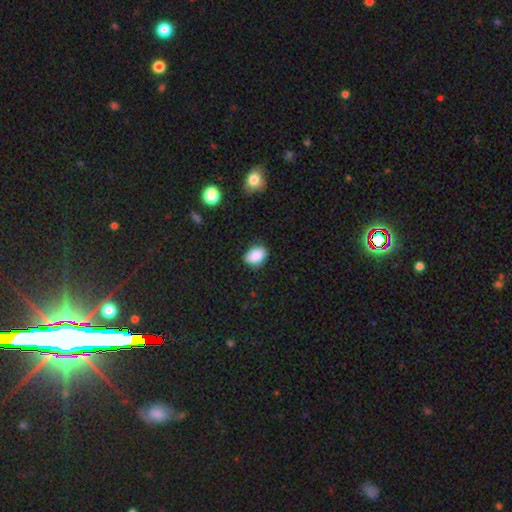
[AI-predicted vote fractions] A smooth galaxy with no disk features (88%) that is in between round and cigar-shaped (82%).

Vote fractions:
- Smooth or featured? smooth: 88% / star or artifact: 8% / featured or disk: 4%
- How rounded? in between: 82% / round: 17% / cigar-shaped: 1%
- Merging? none: 80% / minor disturbance: 16% / major disturbance: 3% / merger: 1%